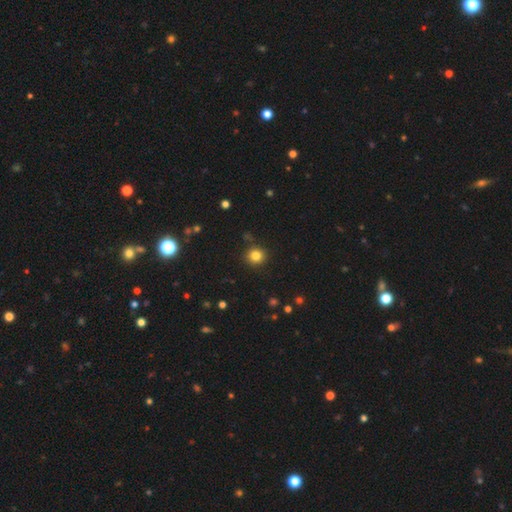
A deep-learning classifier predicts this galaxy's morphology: Smooth or featured? Predicted: smooth (p=0.82). How rounded? Predicted: round (p=0.90). Merging? Predicted: none (p=0.88).